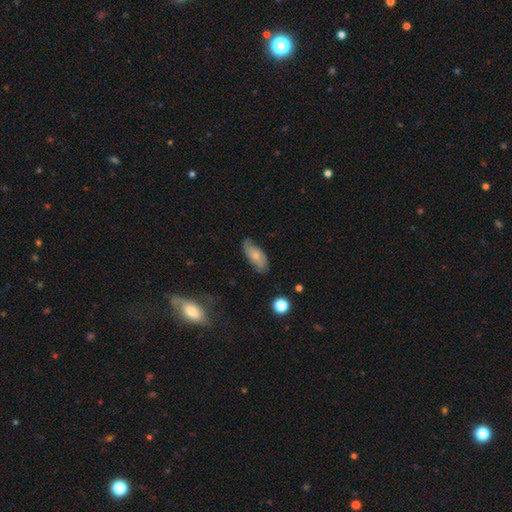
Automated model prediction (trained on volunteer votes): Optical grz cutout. It shows a smooth galaxy with no disk features (60%) that is in between round and cigar-shaped (86%). Merging: none (68%).